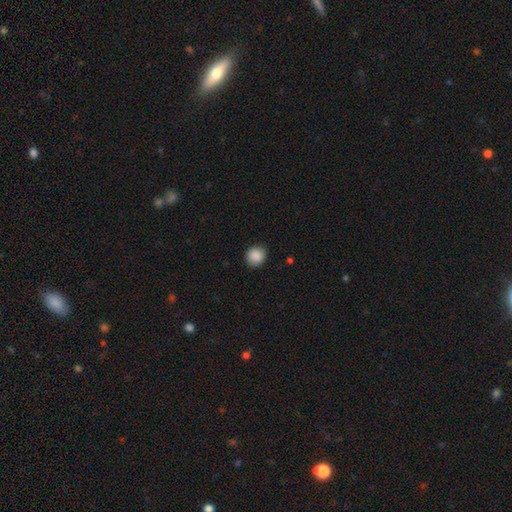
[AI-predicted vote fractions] smooth_or_featured: smooth (p=0.89) [alt: star or artifact p=0.08]
how_rounded: round (p=0.90) [alt: in between p=0.09]
merging: none (p=0.89) [alt: minor disturbance p=0.08]